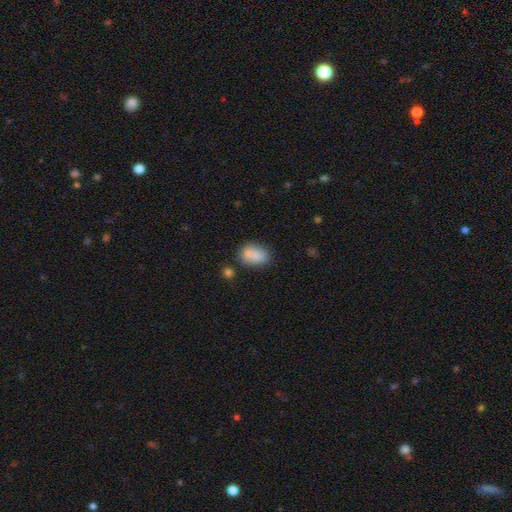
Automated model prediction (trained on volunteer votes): The model was most divided on "merging": none: 53%, merger: 25%, minor disturbance: 17%, major disturbance: 5%. More confident: how rounded — in between (80%); smooth or featured — smooth (78%).